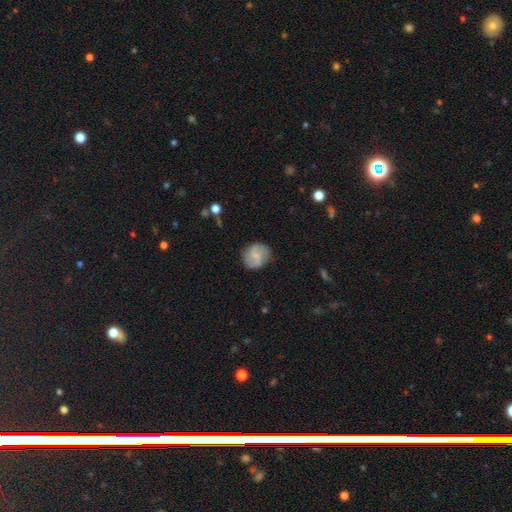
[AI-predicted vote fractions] A featured or disk galaxy (50%).

Vote fractions:
- Smooth or featured? featured or disk: 50% / smooth: 43% / star or artifact: 7%
- Edge-on disk? no: 97% / yes: 3%
- Merging? none: 78% / minor disturbance: 16% / major disturbance: 5% / merger: 1%